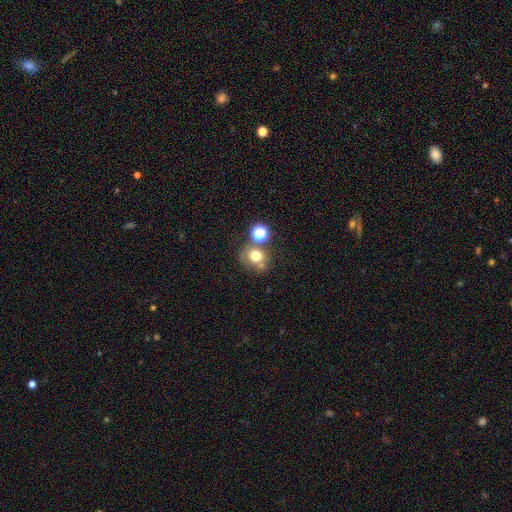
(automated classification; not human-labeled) Smooth or featured? Predicted: smooth (p=0.69). How rounded? Predicted: round (p=0.74). Merging? Predicted: none (p=0.52).